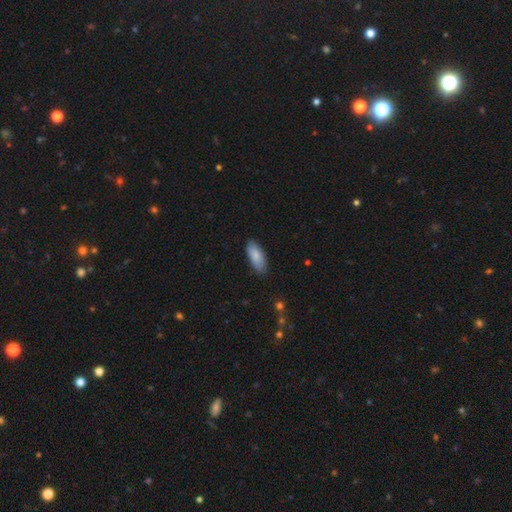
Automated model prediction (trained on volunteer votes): smooth 85%, featured or disk 9%, star or artifact 6%. Down the decision tree: how rounded — in between (81%); merging — none (83%).